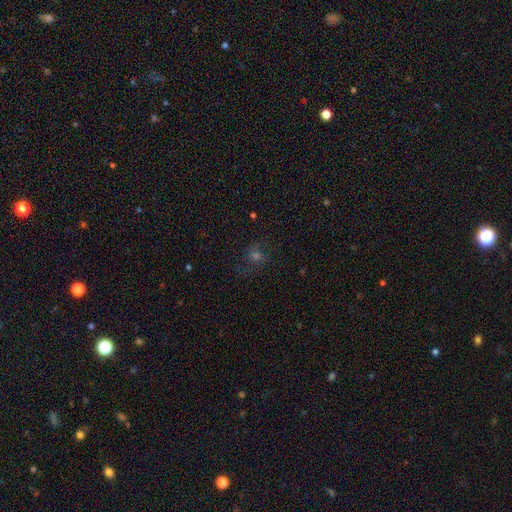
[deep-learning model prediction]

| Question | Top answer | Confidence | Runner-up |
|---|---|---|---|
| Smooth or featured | smooth | 44% | star or artifact (35%) |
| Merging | none | 71% | minor disturbance (16%) |